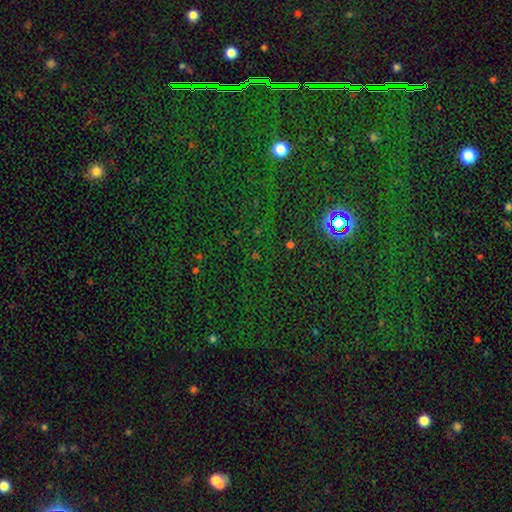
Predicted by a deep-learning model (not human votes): The model was most divided on "smooth or featured": star or artifact: 75%, smooth: 17%, featured or disk: 7%.